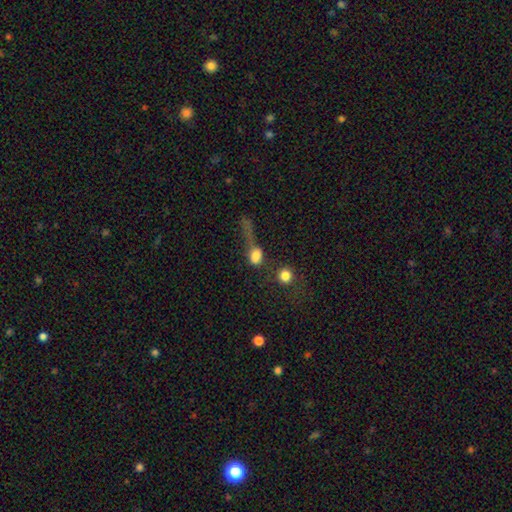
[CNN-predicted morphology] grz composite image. It shows a smooth galaxy with no disk features (70%) that is in between round and cigar-shaped (50%). Merging: major disturbance (37%).